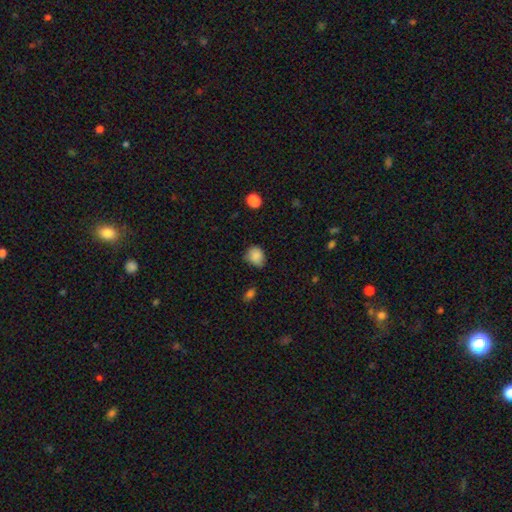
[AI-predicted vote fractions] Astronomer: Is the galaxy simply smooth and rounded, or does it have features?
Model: smooth — 85%.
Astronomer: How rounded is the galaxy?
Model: round — 58% (runner-up: in between, 41%).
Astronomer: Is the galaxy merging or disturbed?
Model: none — 59%.